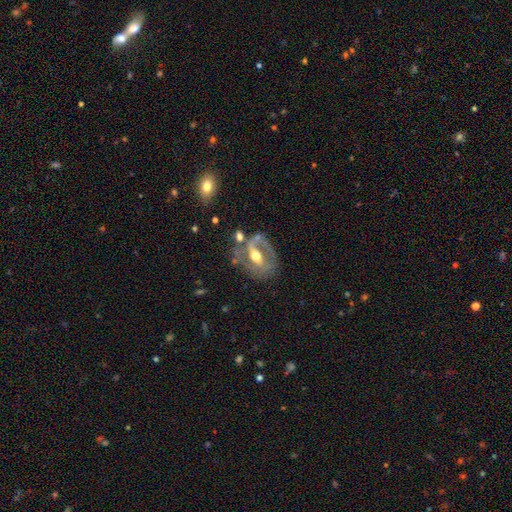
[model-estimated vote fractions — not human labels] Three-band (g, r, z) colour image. It shows a featured or disk galaxy (78%) with a strong bar (41%), spiral arms (67%) and a moderate central bulge (74%). Merging: none (52%).